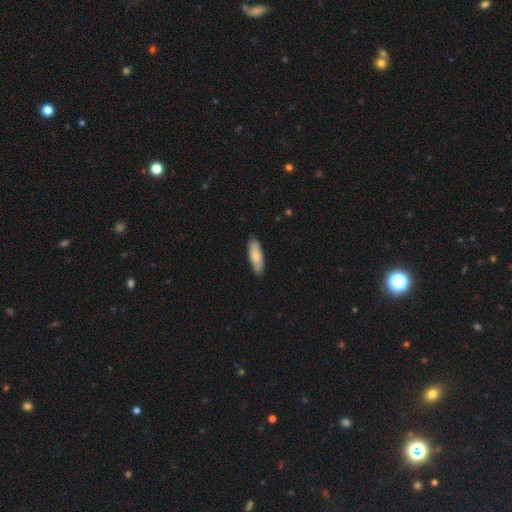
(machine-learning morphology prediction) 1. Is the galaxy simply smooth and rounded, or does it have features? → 79% smooth, 16% featured or disk, 5% star or artifact.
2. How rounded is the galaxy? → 50% in between, 48% cigar-shaped, 2% round.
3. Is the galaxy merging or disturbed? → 87% none, 10% minor disturbance, 2% major disturbance, 1% merger.